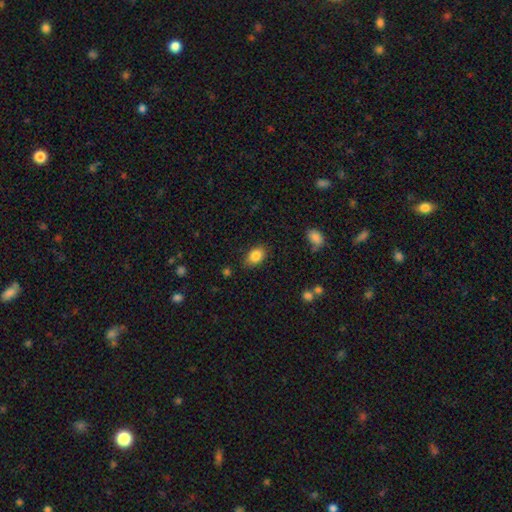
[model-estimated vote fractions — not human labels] Smooth or featured? Predicted: smooth (p=0.84). How rounded? Predicted: in between (p=0.82). Merging? Predicted: none (p=0.81).